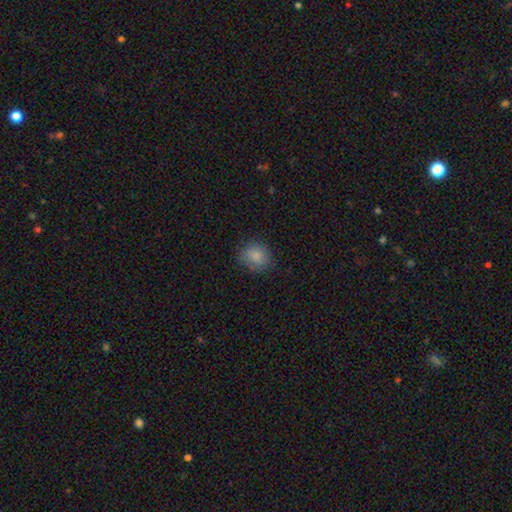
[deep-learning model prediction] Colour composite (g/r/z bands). It shows a smooth galaxy with no disk features (84%) that is round (71%). Merging: none (78%).